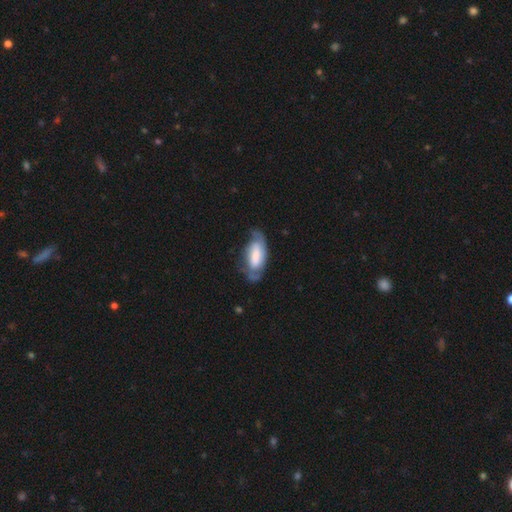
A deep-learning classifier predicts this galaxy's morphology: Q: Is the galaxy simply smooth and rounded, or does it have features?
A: featured or disk — 50%.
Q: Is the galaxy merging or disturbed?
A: none — 53%.